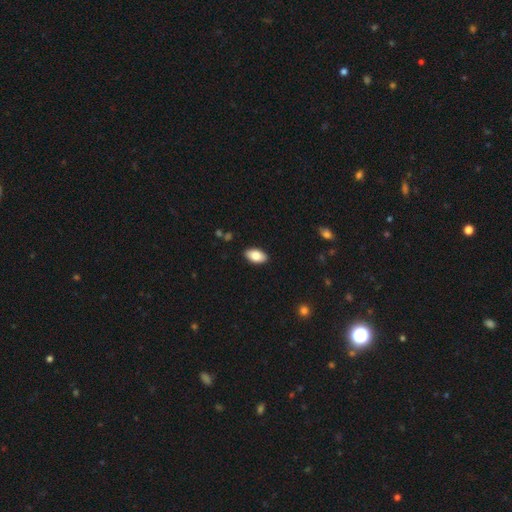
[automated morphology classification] The model was most divided on "smooth or featured": smooth: 84%, featured or disk: 9%, star or artifact: 7%. More confident: how rounded — in between (94%); merging — none (90%).